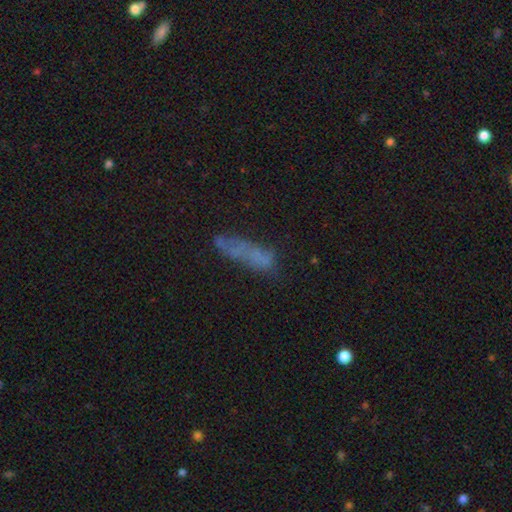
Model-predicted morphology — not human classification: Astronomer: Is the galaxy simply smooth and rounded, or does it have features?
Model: smooth — 49% (runner-up: featured or disk, 35%).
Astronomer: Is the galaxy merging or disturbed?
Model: none — 52%.